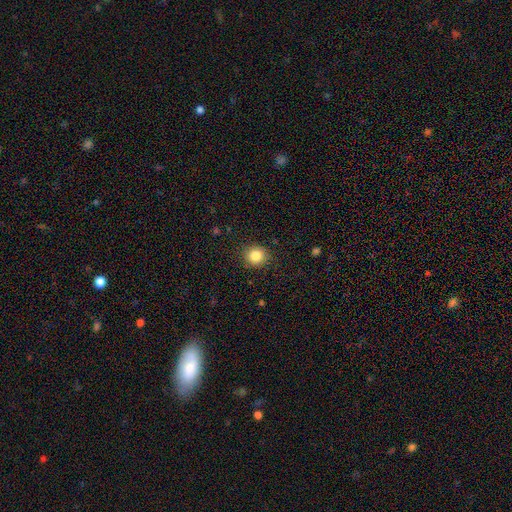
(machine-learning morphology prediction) smooth_or_featured: smooth (p=0.85) [alt: star or artifact p=0.10]
how_rounded: round (p=0.87) [alt: in between p=0.12]
merging: none (p=0.88) [alt: minor disturbance p=0.08]